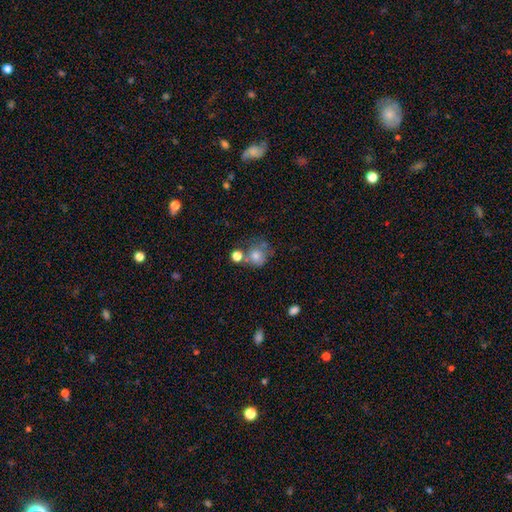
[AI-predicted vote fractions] smooth 73%, featured or disk 14%, star or artifact 13%. Down the decision tree: how rounded — round (80%); merging — none (48%).